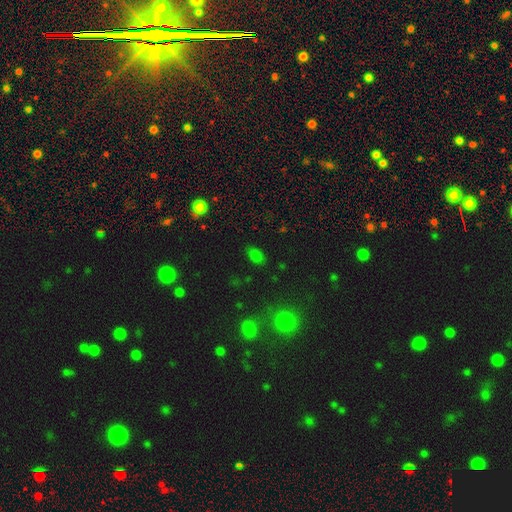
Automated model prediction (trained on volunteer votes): Smooth or featured: smooth — 70% (star or artifact — 24%)
How rounded: in between — 86% (round — 12%)
Merging: none — 79% (minor disturbance — 13%)